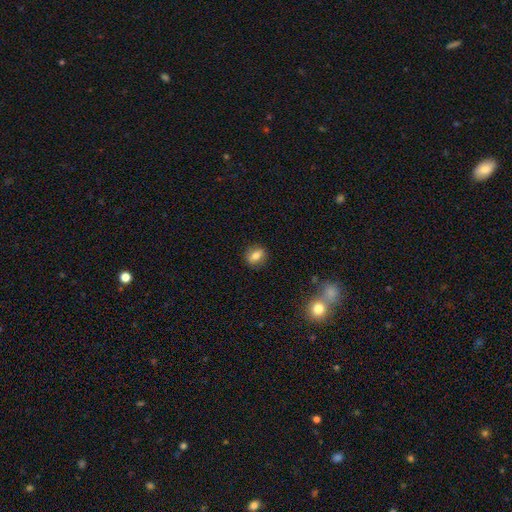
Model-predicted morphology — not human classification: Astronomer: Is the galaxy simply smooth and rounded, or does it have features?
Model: smooth — 72%.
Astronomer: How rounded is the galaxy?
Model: in between — 54% (runner-up: round, 42%).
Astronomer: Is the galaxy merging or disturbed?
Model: none — 87%.